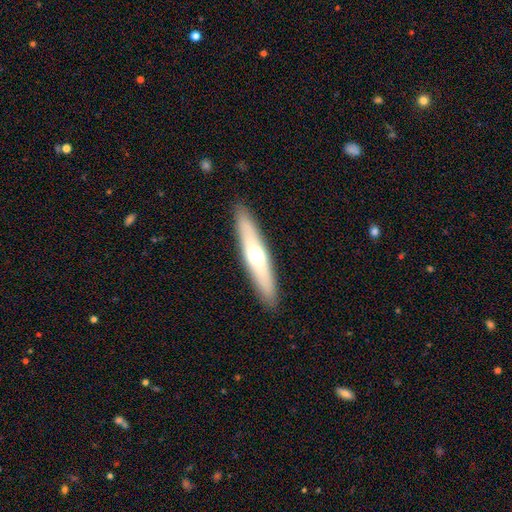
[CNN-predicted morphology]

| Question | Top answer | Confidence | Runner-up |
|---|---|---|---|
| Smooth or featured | smooth | 48% | featured or disk (47%) |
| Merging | none | 90% | minor disturbance (7%) |